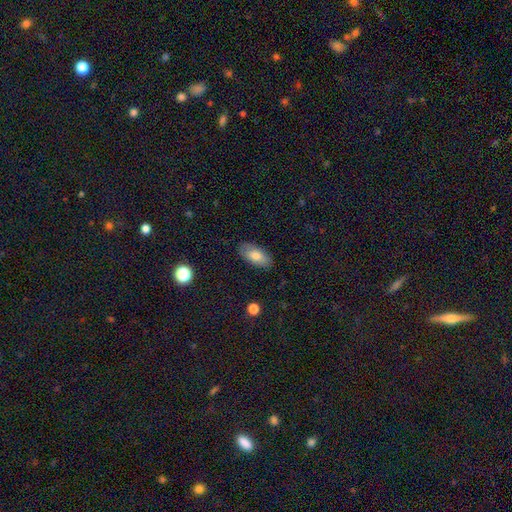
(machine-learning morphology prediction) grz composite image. It shows a smooth galaxy with no disk features (78%) that is in between round and cigar-shaped (89%). Merging: none (86%).